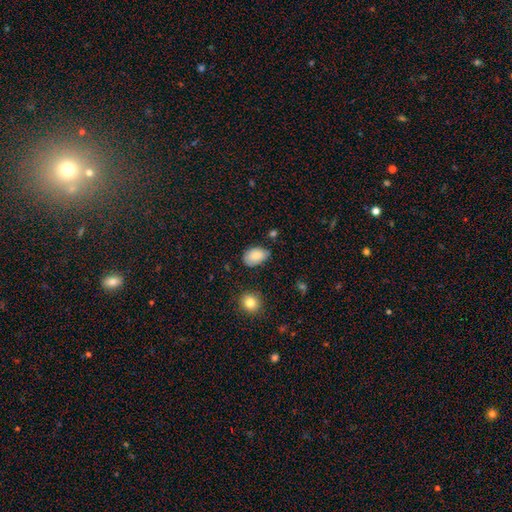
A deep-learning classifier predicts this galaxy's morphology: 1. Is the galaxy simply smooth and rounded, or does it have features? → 84% smooth, 9% featured or disk, 8% star or artifact.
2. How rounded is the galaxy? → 87% in between, 12% round, 1% cigar-shaped.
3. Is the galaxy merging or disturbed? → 68% none, 25% minor disturbance, 5% major disturbance, 3% merger.